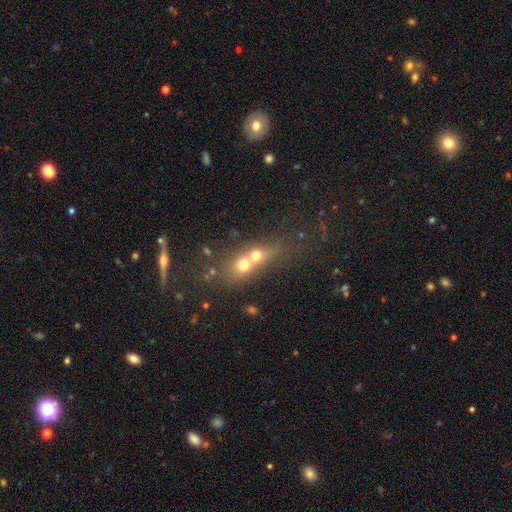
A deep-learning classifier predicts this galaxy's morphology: Overall: smooth (61%; featured or disk 25%). How rounded: round (54%; in between 38%). Merging: merger (70%).